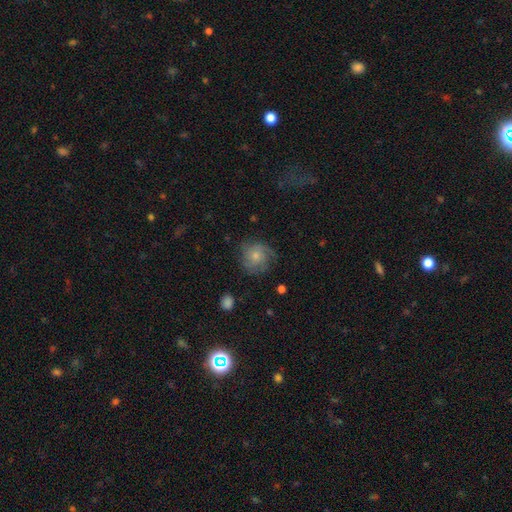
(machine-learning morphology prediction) This is possibly a smooth galaxy (47%). Merging: likely none (68%).